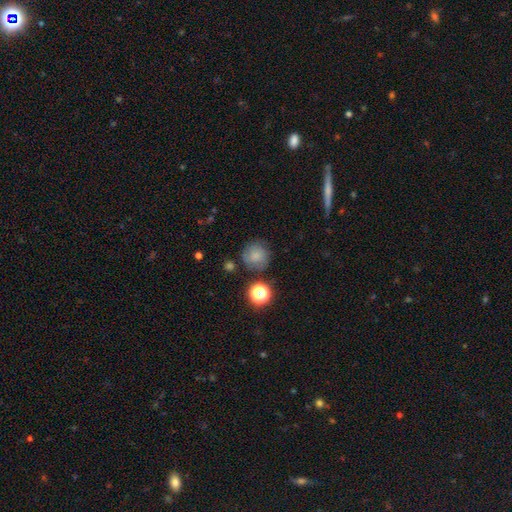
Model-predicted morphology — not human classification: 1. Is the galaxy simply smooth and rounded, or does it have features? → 75% smooth, 13% star or artifact, 12% featured or disk.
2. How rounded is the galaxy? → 91% round, 8% in between, 1% cigar-shaped.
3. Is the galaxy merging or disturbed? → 73% none, 16% minor disturbance, 6% major disturbance, 5% merger.